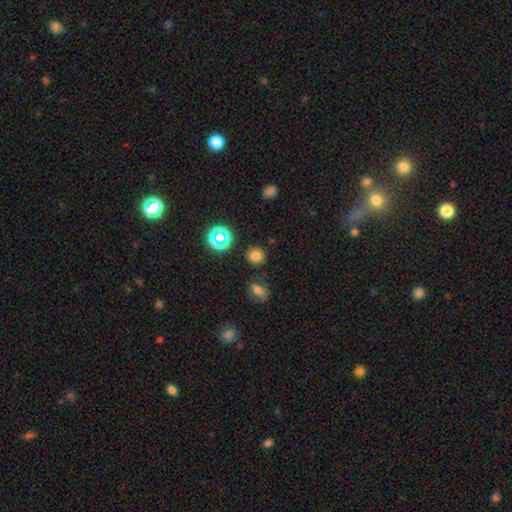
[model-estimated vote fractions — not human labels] Q: Smooth or featured?
A: smooth (74%); runner-up: star or artifact (20%)
Q: How rounded?
A: round (90%); runner-up: in between (9%)
Q: Merging?
A: none (86%); runner-up: minor disturbance (8%)